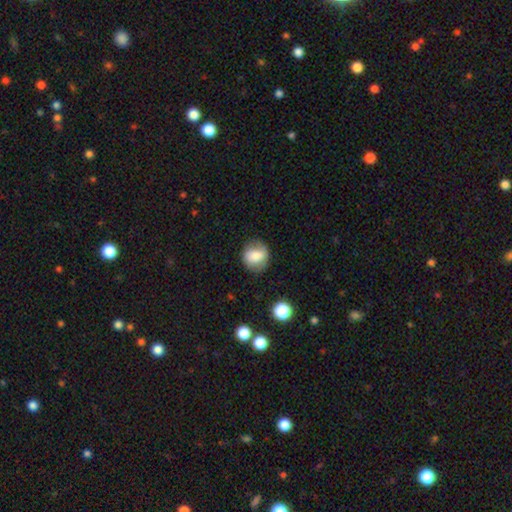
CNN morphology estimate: smooth-or-featured: smooth: 72% | featured or disk: 19% | star or artifact: 9%
  how-rounded: round: 75% | in between: 24% | cigar-shaped: 1%
  merging: none: 76% | minor disturbance: 17% | major disturbance: 6% | merger: 1%